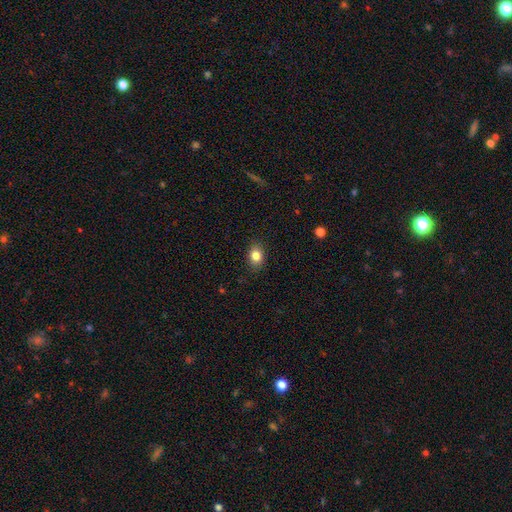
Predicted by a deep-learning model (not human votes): Smooth or featured? smooth (84%)
How rounded? in between (59%)
Merging? none (86%)